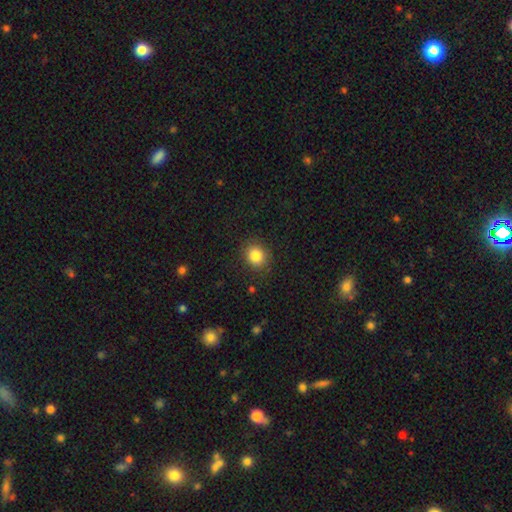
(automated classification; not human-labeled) A smooth galaxy with no disk features (85%) that is round (72%).

Vote fractions:
- Smooth or featured? smooth: 85% / star or artifact: 10% / featured or disk: 5%
- How rounded? round: 72% / in between: 27% / cigar-shaped: 1%
- Merging? none: 87% / minor disturbance: 9% / major disturbance: 3% / merger: 1%